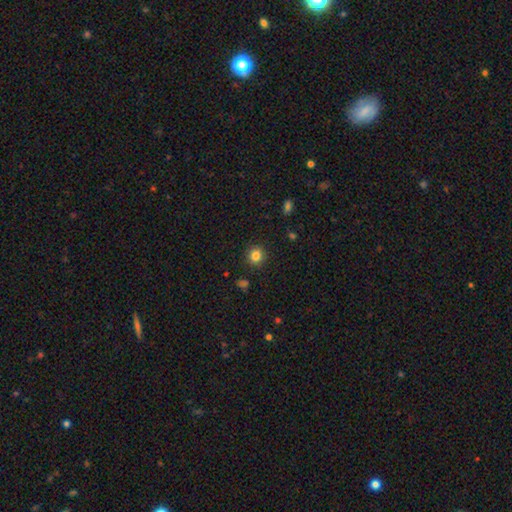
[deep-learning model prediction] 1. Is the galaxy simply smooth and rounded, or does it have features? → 83% smooth, 12% star or artifact, 5% featured or disk.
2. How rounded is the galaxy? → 88% round, 11% in between, 1% cigar-shaped.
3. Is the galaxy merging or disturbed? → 90% none, 7% minor disturbance, 2% major disturbance, 1% merger.